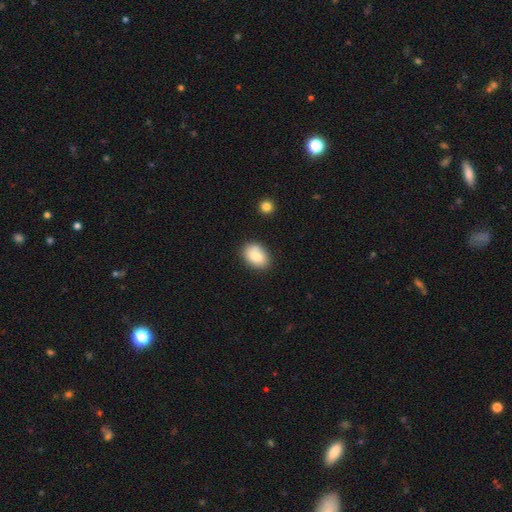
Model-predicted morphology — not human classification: A smooth galaxy with no disk features (83%) that is in between round and cigar-shaped (83%). Merging: none (80%).